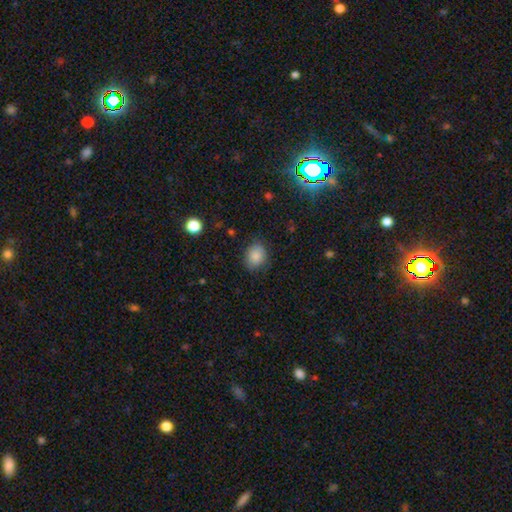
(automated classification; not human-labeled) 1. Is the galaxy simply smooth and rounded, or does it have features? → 86% smooth, 9% star or artifact, 5% featured or disk.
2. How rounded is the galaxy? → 55% round, 44% in between, 1% cigar-shaped.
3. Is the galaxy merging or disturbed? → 80% none, 15% minor disturbance, 4% major disturbance, 1% merger.